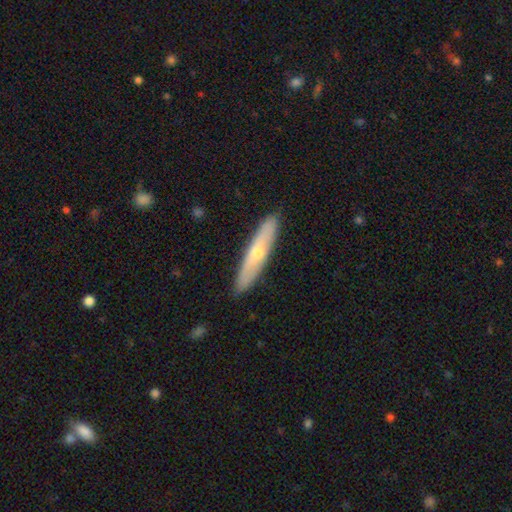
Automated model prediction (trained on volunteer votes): Smooth or featured?
  - featured or disk: 54% *
  - smooth: 40%
  - star or artifact: 6%
Edge-on disk?
  - yes: 78% *
  - no: 22%
Merging?
  - none: 90% *
  - minor disturbance: 7%
  - major disturbance: 1%
  - merger: 1%